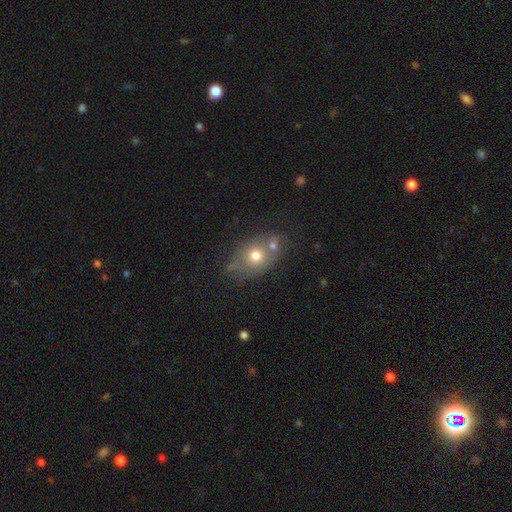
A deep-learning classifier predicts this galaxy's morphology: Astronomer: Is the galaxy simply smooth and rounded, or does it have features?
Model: smooth — 66%.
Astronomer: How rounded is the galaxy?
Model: in between — 58% (runner-up: round, 40%).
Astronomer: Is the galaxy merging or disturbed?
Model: none — 40% (runner-up: merger, 33%).